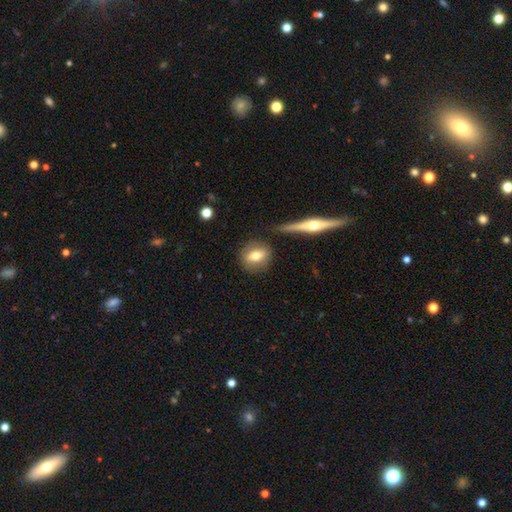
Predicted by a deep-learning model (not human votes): Morphology: type=smooth (69%); roundness=round (52%); merging=none (80%).